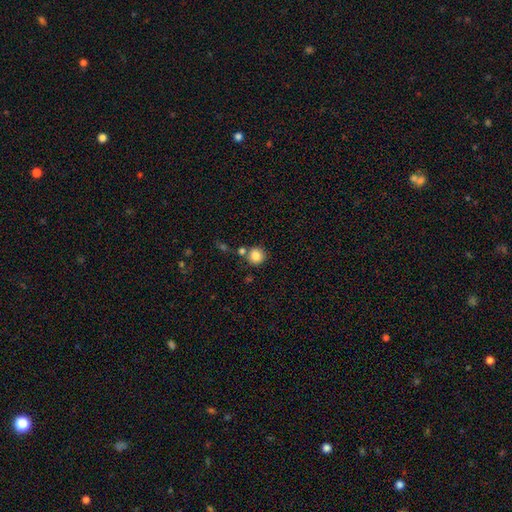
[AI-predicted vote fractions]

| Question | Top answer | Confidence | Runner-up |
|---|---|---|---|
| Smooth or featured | smooth | 85% | star or artifact (10%) |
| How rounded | round | 92% | in between (7%) |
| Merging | none | 70% | merger (16%) |